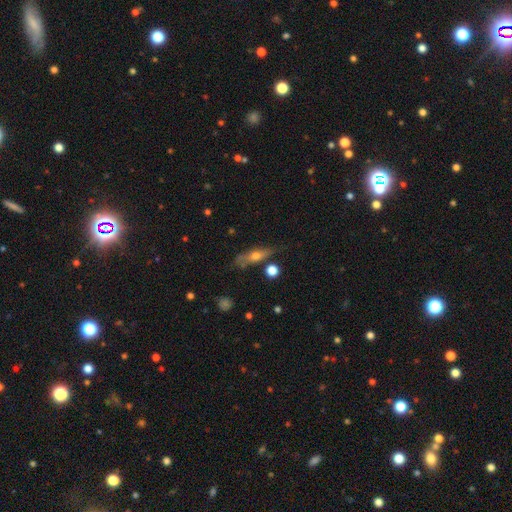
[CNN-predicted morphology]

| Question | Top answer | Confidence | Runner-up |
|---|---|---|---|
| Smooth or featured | smooth | 52% | featured or disk (39%) |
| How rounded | cigar-shaped | 52% | in between (42%) |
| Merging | none | 61% | minor disturbance (24%) |